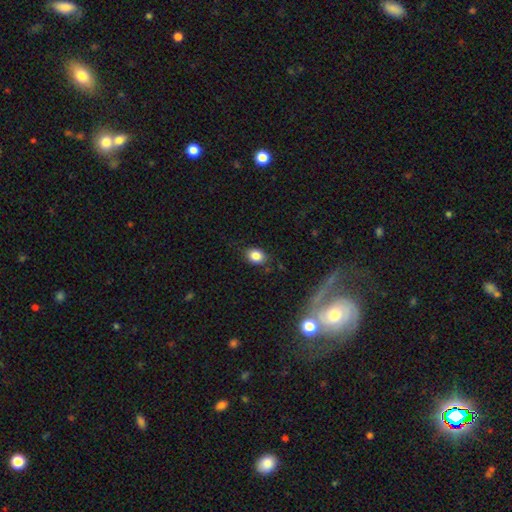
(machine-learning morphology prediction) smooth 84%, star or artifact 10%, featured or disk 6%. Down the decision tree: how rounded — in between (64%); merging — none (83%).